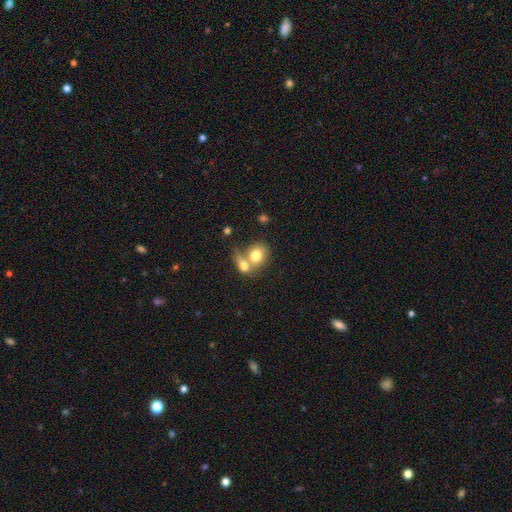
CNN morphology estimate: A smooth galaxy with no disk features (76%) that is in between round and cigar-shaped (50%).

Vote fractions:
- Smooth or featured? smooth: 76% / featured or disk: 16% / star or artifact: 8%
- How rounded? in between: 50% / round: 49% / cigar-shaped: 1%
- Merging? merger: 66% / none: 23% / minor disturbance: 7% / major disturbance: 4%